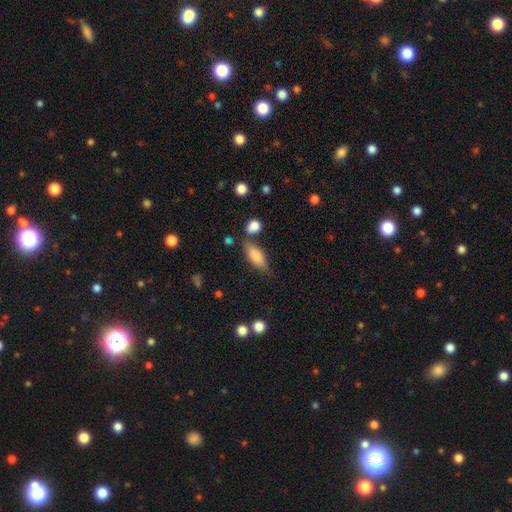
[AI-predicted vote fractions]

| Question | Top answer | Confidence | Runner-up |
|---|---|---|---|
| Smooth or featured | smooth | 79% | featured or disk (15%) |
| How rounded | in between | 76% | cigar-shaped (22%) |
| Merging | none | 69% | minor disturbance (17%) |